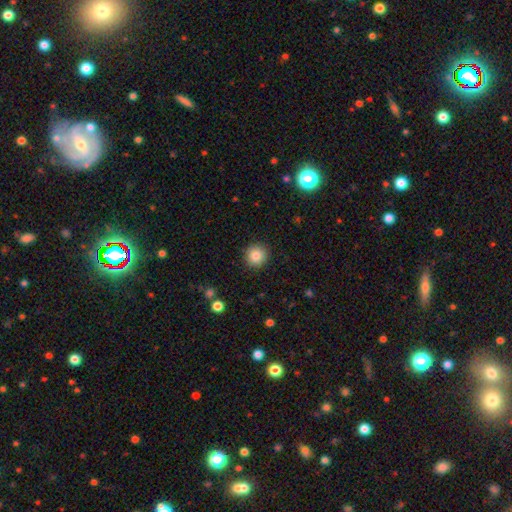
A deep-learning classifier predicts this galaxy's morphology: smooth-or-featured: smooth: 85% | star or artifact: 10% | featured or disk: 5%
  how-rounded: round: 93% | in between: 6% | cigar-shaped: 1%
  merging: none: 91% | minor disturbance: 6% | major disturbance: 2% | merger: 1%